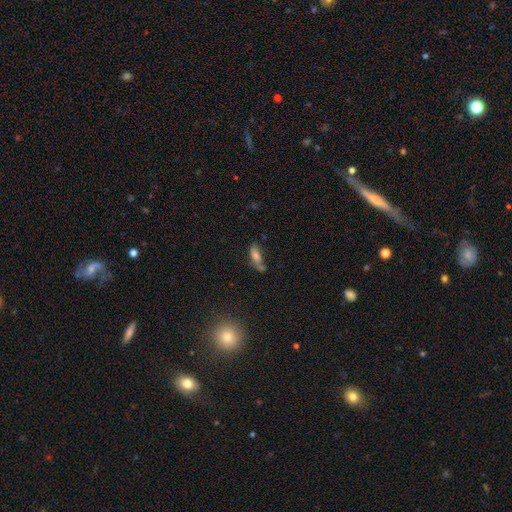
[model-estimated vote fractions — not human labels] This is likely a smooth galaxy (66%). How rounded: possibly in between (59%). Merging: possibly none (47%).